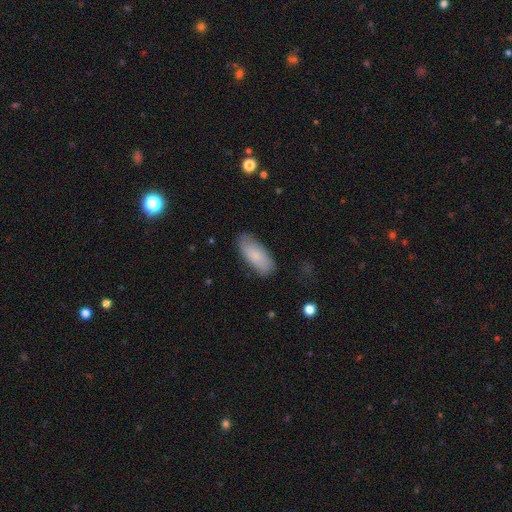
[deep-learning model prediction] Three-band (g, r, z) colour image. It shows a smooth galaxy with no disk features (80%) that is in between round and cigar-shaped (82%). Merging: none (81%).